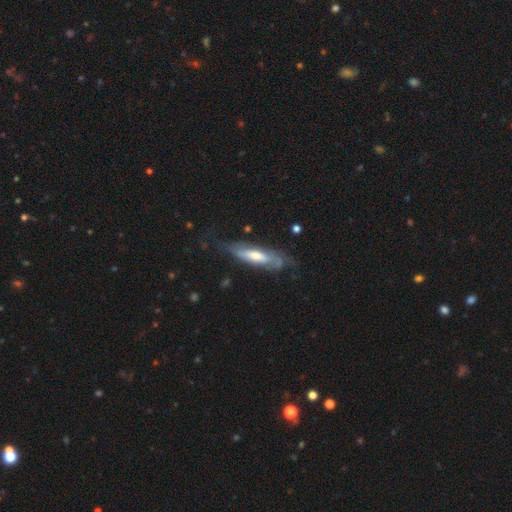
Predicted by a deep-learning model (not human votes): Smooth or featured? featured or disk (66%)
Edge-on disk? no (55%)
Merging? none (60%)